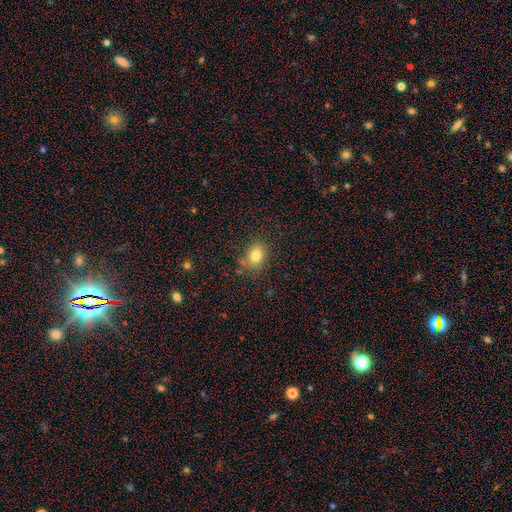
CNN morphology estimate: The model was most divided on "how rounded": in between: 66%, round: 32%, cigar-shaped: 1%. More confident: smooth or featured — smooth (80%); merging — none (76%).